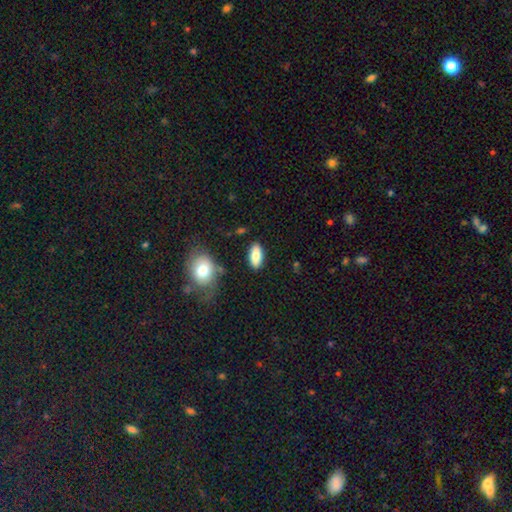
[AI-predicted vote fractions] A smooth galaxy with no disk features (82%) that is in between round and cigar-shaped (86%).

Vote fractions:
- Smooth or featured? smooth: 82% / featured or disk: 12% / star or artifact: 7%
- How rounded? in between: 86% / cigar-shaped: 11% / round: 3%
- Merging? none: 83% / minor disturbance: 11% / merger: 3% / major disturbance: 3%